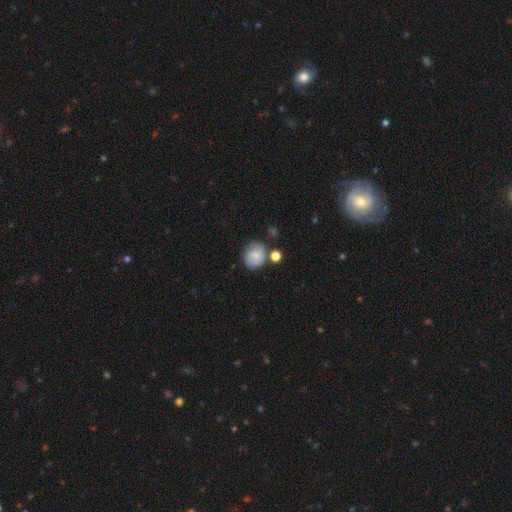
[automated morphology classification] Q: Smooth or featured?
A: smooth (66%); runner-up: featured or disk (26%)
Q: How rounded?
A: round (75%); runner-up: in between (24%)
Q: Merging?
A: none (67%); runner-up: minor disturbance (17%)